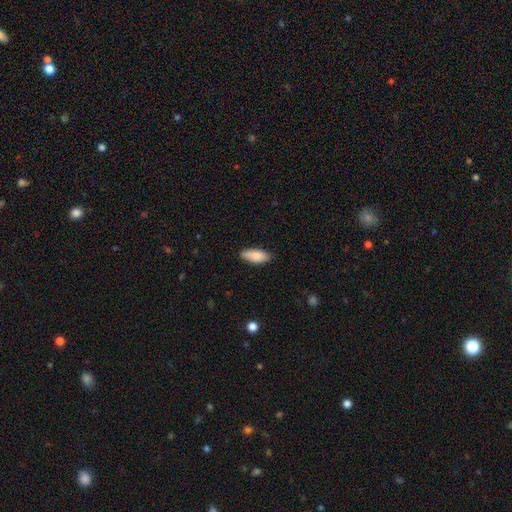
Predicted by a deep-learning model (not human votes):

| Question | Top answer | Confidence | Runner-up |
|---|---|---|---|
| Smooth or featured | smooth | 87% | featured or disk (7%) |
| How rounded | in between | 83% | cigar-shaped (15%) |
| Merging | none | 85% | minor disturbance (12%) |